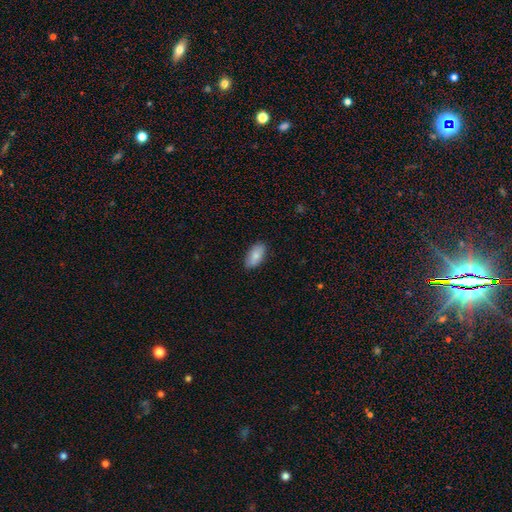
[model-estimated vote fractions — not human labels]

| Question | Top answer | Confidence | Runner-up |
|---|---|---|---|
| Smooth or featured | smooth | 83% | featured or disk (11%) |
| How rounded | in between | 92% | cigar-shaped (5%) |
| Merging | none | 85% | minor disturbance (12%) |